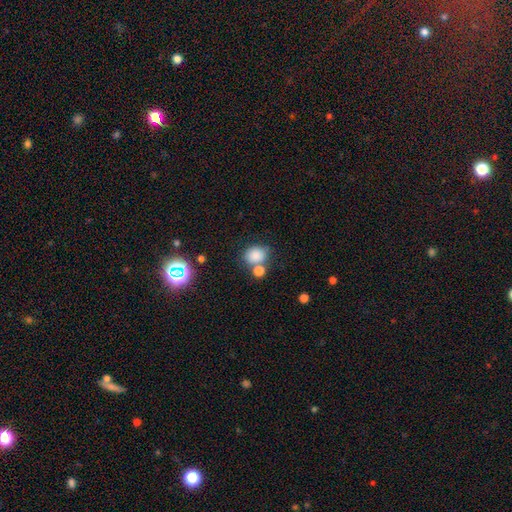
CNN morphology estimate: smooth-or-featured: smooth: 81% | star or artifact: 12% | featured or disk: 7%
  how-rounded: round: 56% | in between: 43% | cigar-shaped: 1%
  merging: none: 58% | merger: 24% | minor disturbance: 13% | major disturbance: 5%